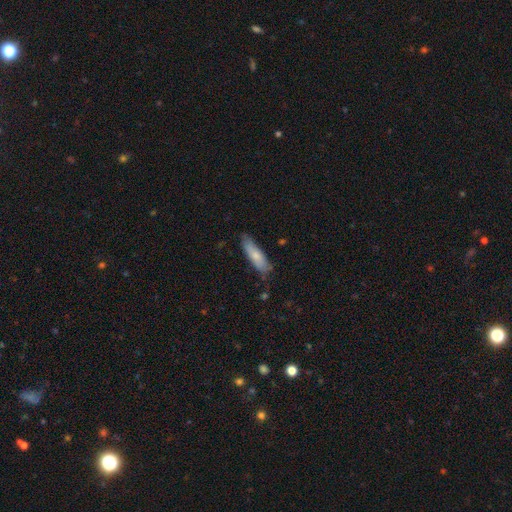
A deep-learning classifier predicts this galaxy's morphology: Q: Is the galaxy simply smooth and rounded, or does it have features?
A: smooth — 75%.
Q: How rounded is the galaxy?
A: cigar-shaped — 60%.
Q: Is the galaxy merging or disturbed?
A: none — 74%.